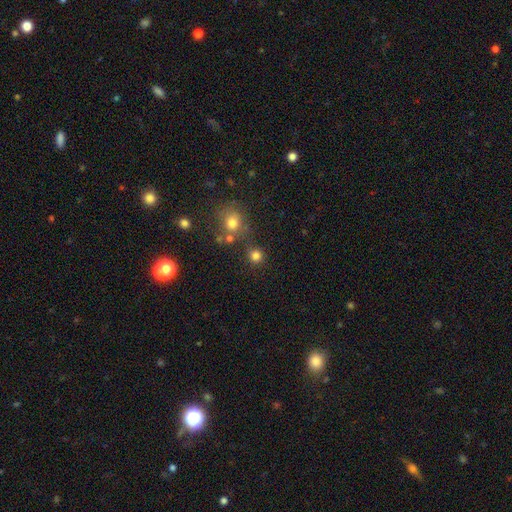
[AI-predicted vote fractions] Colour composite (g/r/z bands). It shows a smooth galaxy with no disk features (79%) that is round (92%). Merging: none (77%).